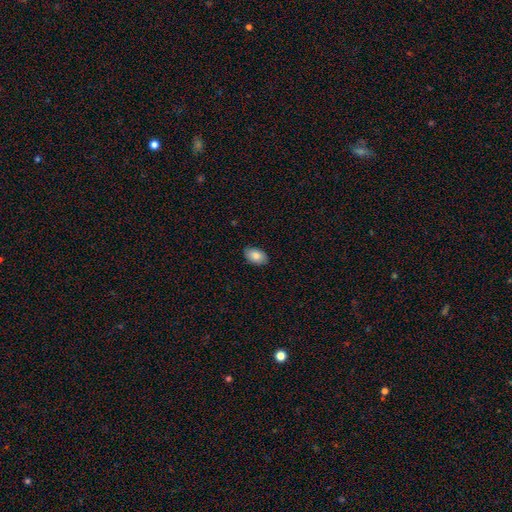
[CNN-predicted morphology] type=smooth (84%); roundness=in between (91%); merging=none (87%).